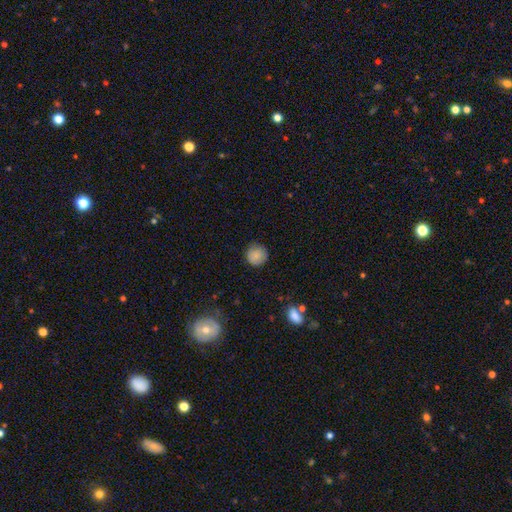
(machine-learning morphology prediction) type=smooth (85%); roundness=round (93%); merging=none (85%).